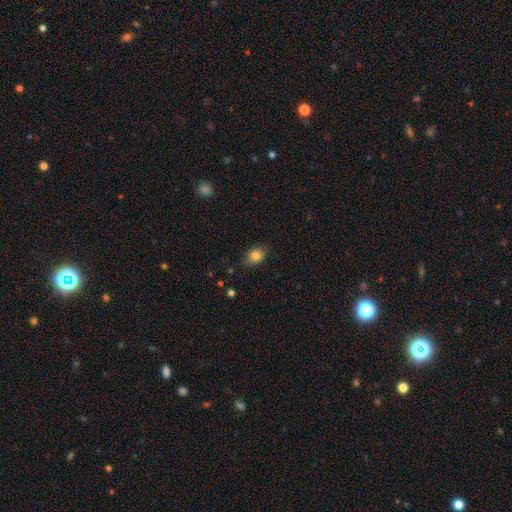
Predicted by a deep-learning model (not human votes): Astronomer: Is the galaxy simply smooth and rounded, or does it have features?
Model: smooth — 82%.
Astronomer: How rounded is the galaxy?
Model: in between — 66%.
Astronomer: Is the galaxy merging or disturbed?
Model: none — 76%.